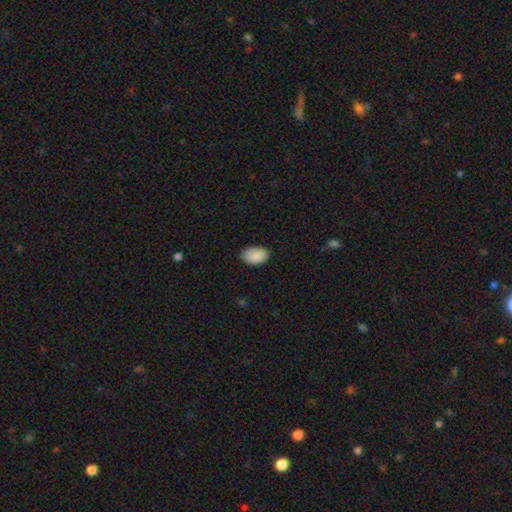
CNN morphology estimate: Q: Smooth or featured?
A: smooth (89%); runner-up: star or artifact (7%)
Q: How rounded?
A: in between (90%); runner-up: round (9%)
Q: Merging?
A: none (81%); runner-up: minor disturbance (15%)